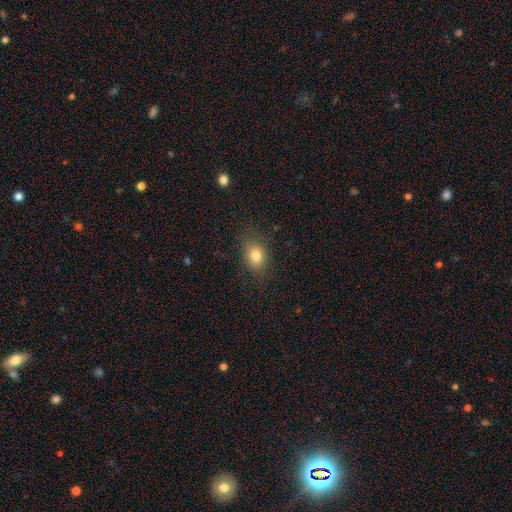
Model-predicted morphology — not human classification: smooth_or_featured: smooth (p=0.79) [alt: star or artifact p=0.12]
how_rounded: in between (p=0.63) [alt: round p=0.35]
merging: none (p=0.81) [alt: minor disturbance p=0.13]